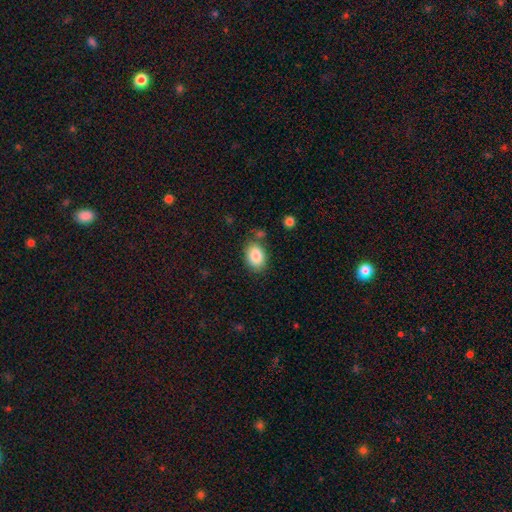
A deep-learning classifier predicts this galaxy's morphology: The model was most divided on "how rounded": in between: 78%, round: 21%, cigar-shaped: 1%. More confident: smooth or featured — smooth (86%); merging — none (78%).